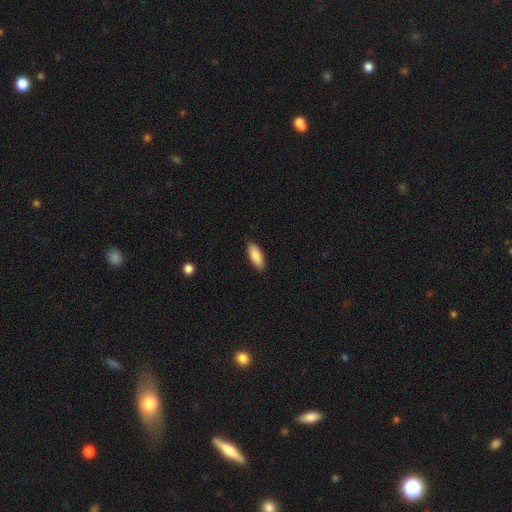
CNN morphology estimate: Smooth or featured: smooth — 89% (featured or disk — 6%)
How rounded: in between — 73% (cigar-shaped — 25%)
Merging: none — 89% (minor disturbance — 8%)